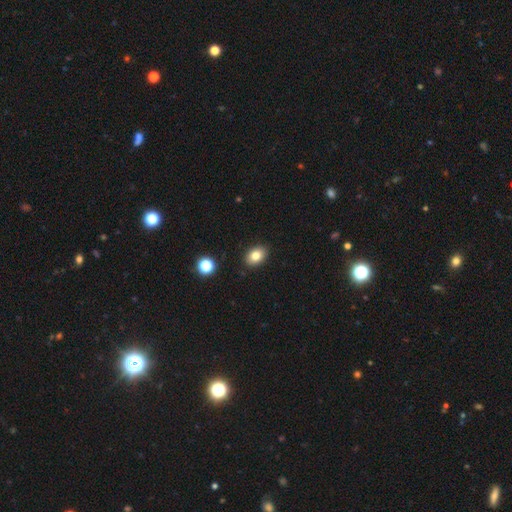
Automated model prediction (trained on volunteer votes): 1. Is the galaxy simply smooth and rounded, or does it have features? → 81% smooth, 10% star or artifact, 9% featured or disk.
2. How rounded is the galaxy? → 76% in between, 23% round, 1% cigar-shaped.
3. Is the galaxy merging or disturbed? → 89% none, 8% minor disturbance, 2% major disturbance, 2% merger.